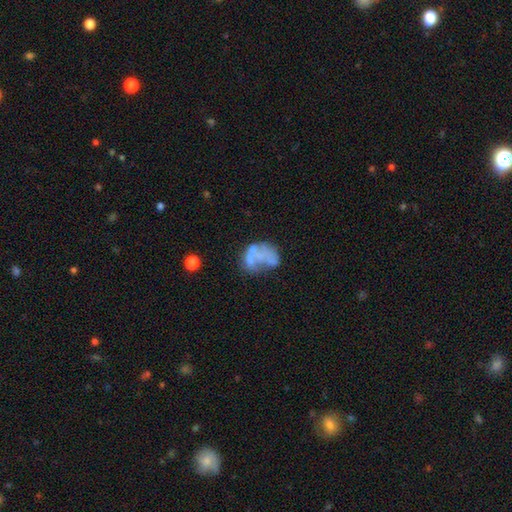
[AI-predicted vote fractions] A featured or disk galaxy (52%) with no bar (91%), no spiral arms (89%) and no central bulge (80%). Merging: major disturbance (33%).